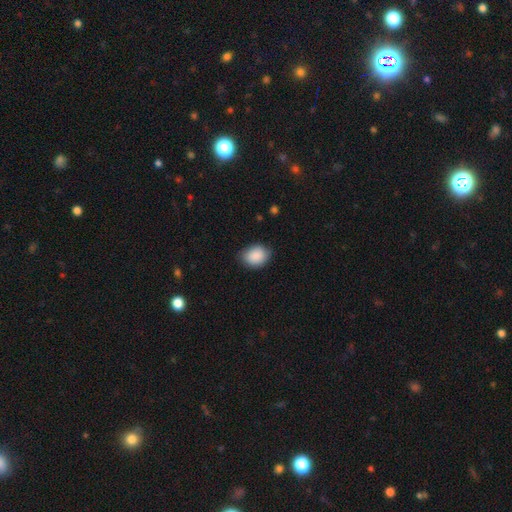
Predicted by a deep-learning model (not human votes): This appears to be a smooth galaxy with no disk features (89%) that is in between round and cigar-shaped (69%). Merging: none (77%).